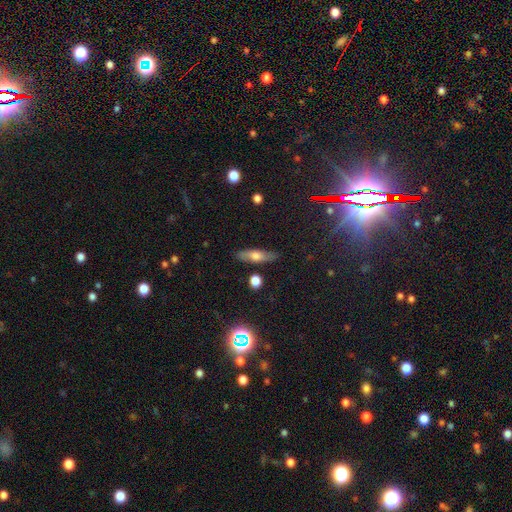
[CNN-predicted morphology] This is possibly a smooth galaxy (57%). How rounded: possibly cigar-shaped (59%). Merging: clearly none (84%).